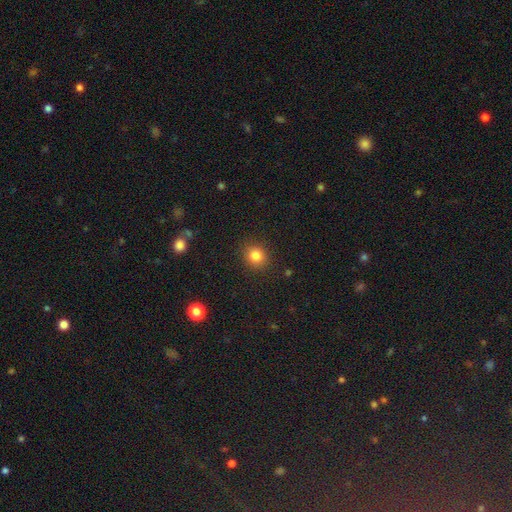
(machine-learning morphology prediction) smooth-or-featured: smooth: 83% | star or artifact: 12% | featured or disk: 6%
  how-rounded: round: 81% | in between: 18% | cigar-shaped: 1%
  merging: none: 89% | minor disturbance: 7% | major disturbance: 2% | merger: 1%